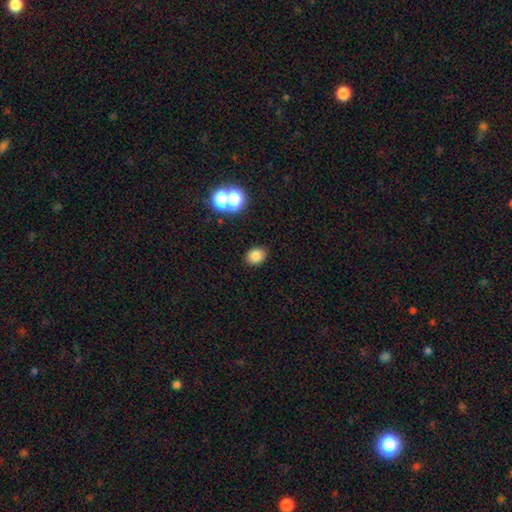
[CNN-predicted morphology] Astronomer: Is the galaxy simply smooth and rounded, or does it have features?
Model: smooth — 81%.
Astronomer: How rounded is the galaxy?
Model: in between — 52% (runner-up: round, 47%).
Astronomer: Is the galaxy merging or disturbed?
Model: none — 87%.